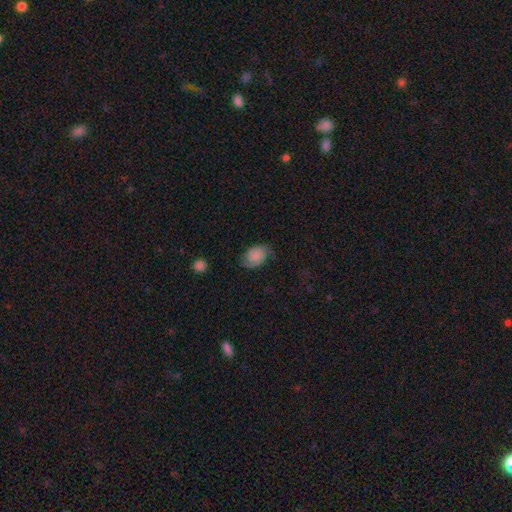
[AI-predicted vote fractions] Q: Smooth or featured?
A: smooth (48%); runner-up: featured or disk (42%)
Q: Merging?
A: none (64%); runner-up: minor disturbance (24%)